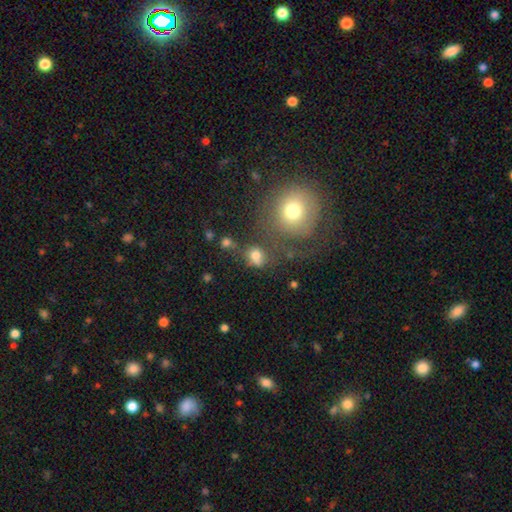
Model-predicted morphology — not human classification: This appears to be a smooth galaxy with no disk features (73%) that is round (63%). Merging: none (51%).